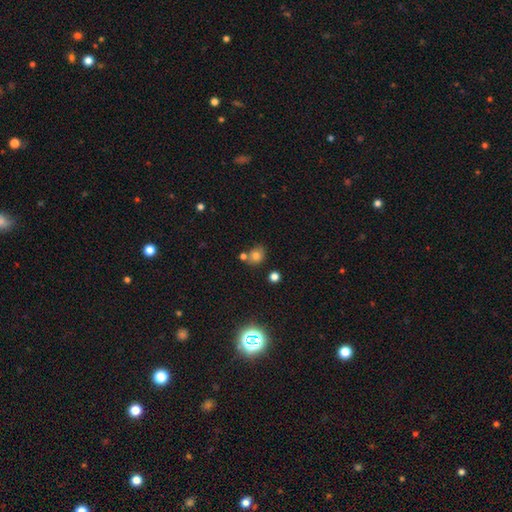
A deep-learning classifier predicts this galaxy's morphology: The model was most divided on "how rounded": round: 65%, in between: 34%, cigar-shaped: 1%. More confident: smooth or featured — smooth (76%); merging — none (60%).